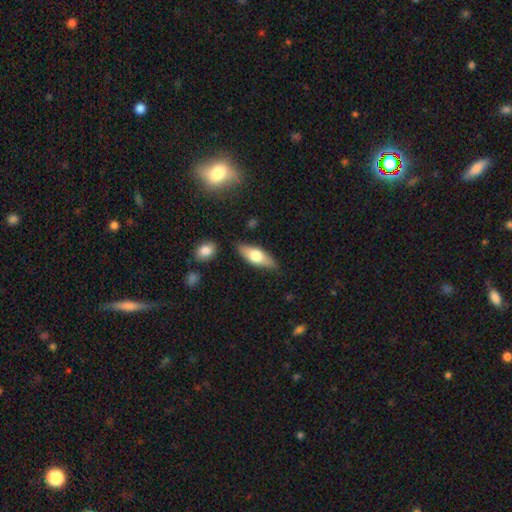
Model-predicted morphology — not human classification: Smooth or featured? smooth (60%)
How rounded? in between (68%)
Merging? none (81%)